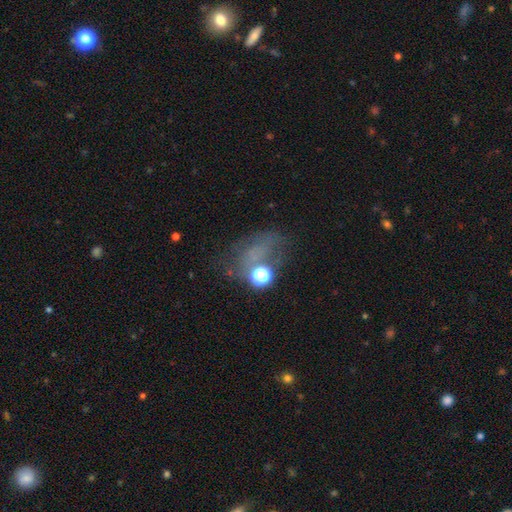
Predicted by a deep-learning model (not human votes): smooth-or-featured: smooth: 37% | star or artifact: 35% | featured or disk: 28%
  merging: none: 37% | major disturbance: 34% | minor disturbance: 19% | merger: 9%